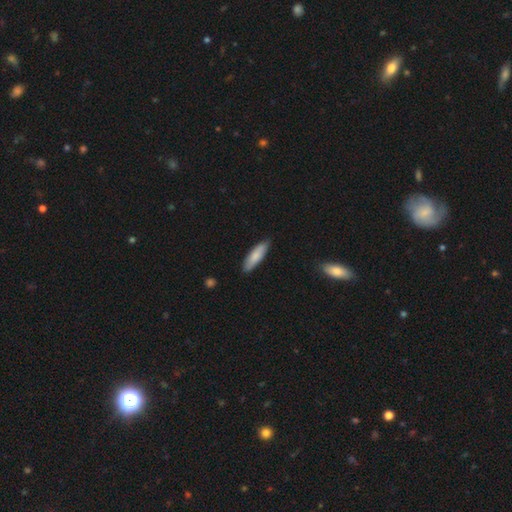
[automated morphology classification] Smooth or featured: smooth — 82% (featured or disk — 12%)
How rounded: cigar-shaped — 56% (in between — 43%)
Merging: none — 85% (minor disturbance — 12%)